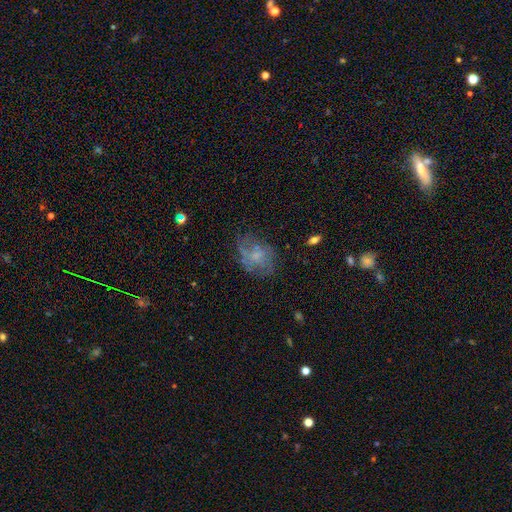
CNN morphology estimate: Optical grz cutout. It shows a featured or disk galaxy (48%). Merging: none (51%).